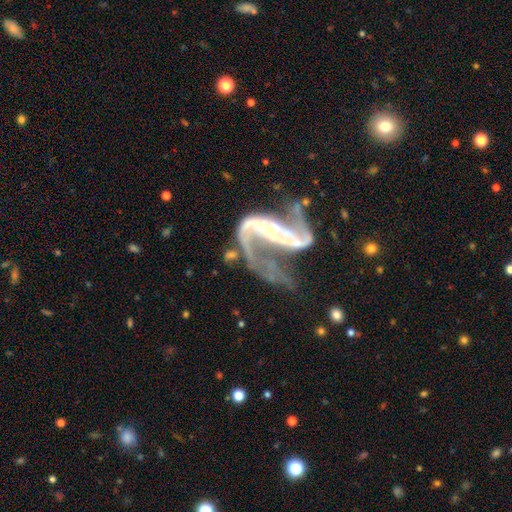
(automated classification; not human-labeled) Smooth or featured: featured or disk — 86% (star or artifact — 8%)
Edge-on disk: no — 95% (yes — 5%)
Bar: strong — 40% (weak — 33%)
Spiral arms: yes — 92% (no — 8%)
Spiral winding: loose — 57% (medium — 33%)
Spiral arm count: 2 — 67% (1 — 21%)
Bulge size: small — 56% (moderate — 27%)
Merging: major disturbance — 40% (none — 31%)